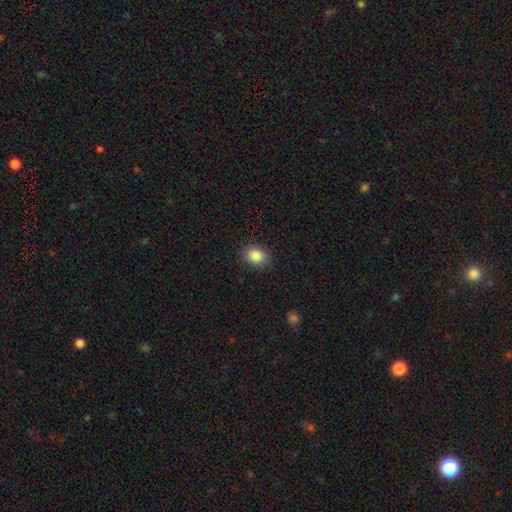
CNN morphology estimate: A smooth galaxy with no disk features (87%) that is round (51%).

Vote fractions:
- Smooth or featured? smooth: 87% / star or artifact: 9% / featured or disk: 4%
- How rounded? round: 51% / in between: 48% / cigar-shaped: 1%
- Merging? none: 89% / minor disturbance: 8% / major disturbance: 2% / merger: 1%